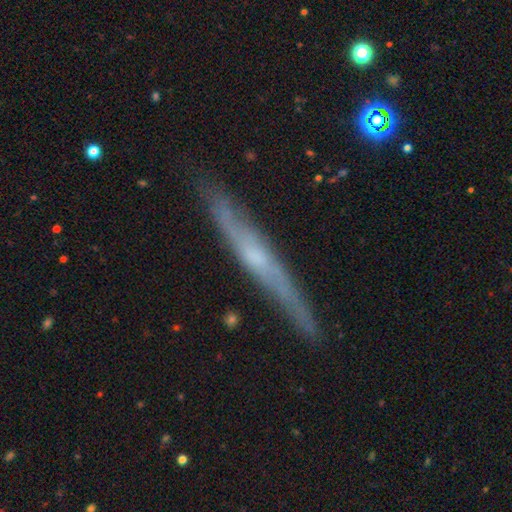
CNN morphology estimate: smooth_or_featured: featured or disk (p=0.70) [alt: smooth p=0.23]
disk_edge_on: yes (p=0.89) [alt: no p=0.11]
edge_on_bulge: none (p=0.50) [alt: rounded p=0.43]
merging: none (p=0.84) [alt: minor disturbance p=0.12]